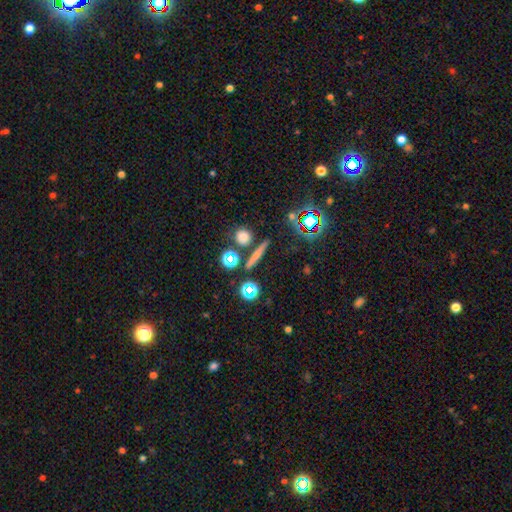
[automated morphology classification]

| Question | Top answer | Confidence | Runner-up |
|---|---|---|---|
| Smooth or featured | smooth | 57% | featured or disk (26%) |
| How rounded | cigar-shaped | 70% | round (19%) |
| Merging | none | 82% | minor disturbance (8%) |